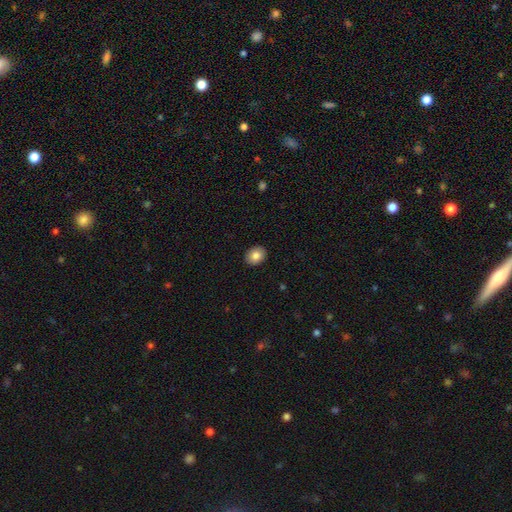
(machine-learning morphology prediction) type=smooth (84%); roundness=in between (54%); merging=none (91%).